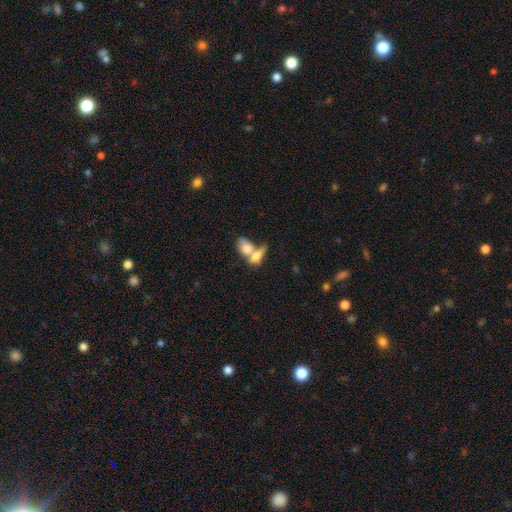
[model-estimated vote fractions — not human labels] A smooth galaxy with no disk features (67%) that is in between round and cigar-shaped (75%).

Vote fractions:
- Smooth or featured? smooth: 67% / featured or disk: 25% / star or artifact: 8%
- How rounded? in between: 75% / cigar-shaped: 12% / round: 12%
- Merging? merger: 69% / none: 19% / minor disturbance: 7% / major disturbance: 6%